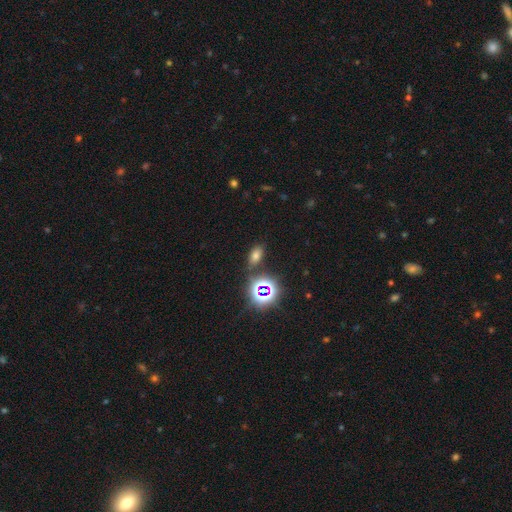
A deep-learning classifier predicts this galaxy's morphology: The model was most divided on "smooth or featured": smooth: 63%, star or artifact: 29%, featured or disk: 8%. More confident: how rounded — in between (84%); merging — none (82%).